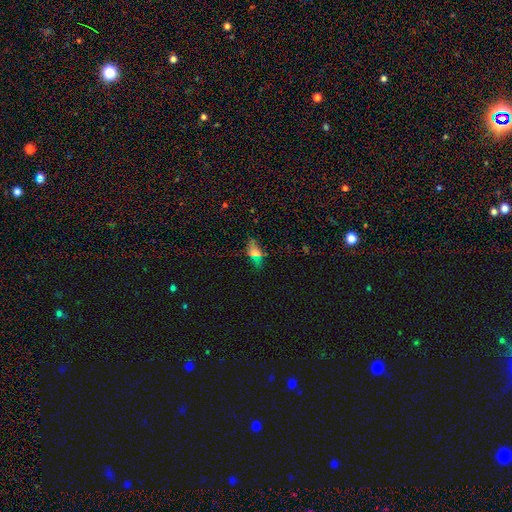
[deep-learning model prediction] smooth-or-featured: smooth: 53% | featured or disk: 24% | star or artifact: 23%
  how-rounded: in between: 77% | cigar-shaped: 13% | round: 10%
  merging: none: 67% | minor disturbance: 20% | major disturbance: 9% | merger: 4%